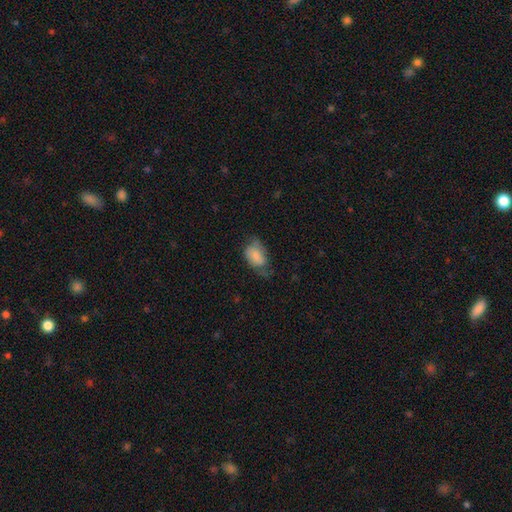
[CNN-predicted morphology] smooth-or-featured: smooth: 75% | featured or disk: 17% | star or artifact: 8%
  how-rounded: in between: 87% | round: 11% | cigar-shaped: 2%
  merging: minor disturbance: 38% | none: 37% | major disturbance: 22% | merger: 2%